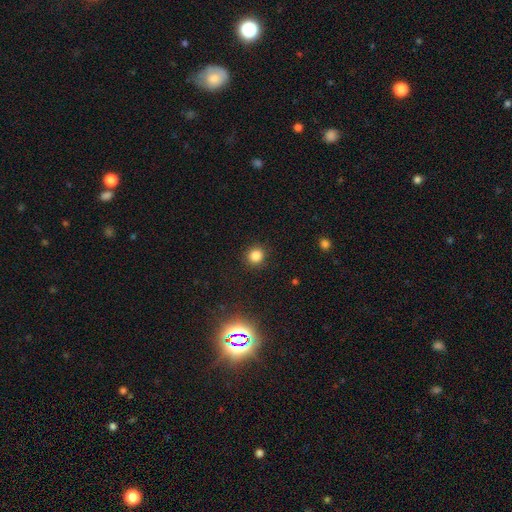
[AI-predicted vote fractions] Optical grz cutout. It shows a smooth galaxy with no disk features (83%) that is round (91%). Merging: none (91%).